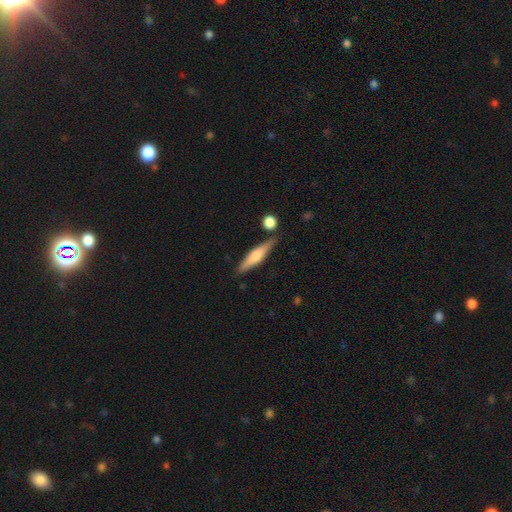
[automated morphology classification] This is possibly a featured or disk galaxy (56%). It is clearly viewed edge-on (96%). Edge-on bulge: clearly rounded (84%). Merging: clearly none (83%).